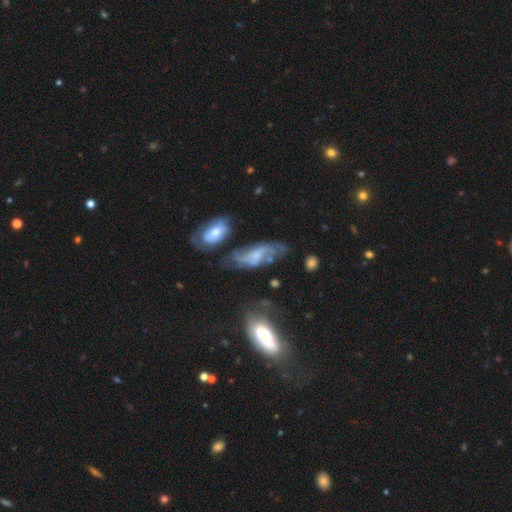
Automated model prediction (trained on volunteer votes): smooth-or-featured: featured or disk: 67% | smooth: 23% | star or artifact: 10%
  disk-edge-on: no: 89% | yes: 11%
    bar: no: 45% | weak: 41% | strong: 13%
    has-spiral-arms: yes: 81% | no: 19%
    bulge-size: small: 45% | none: 27% | moderate: 23% | large: 4% | dominant: 1%
  merging: none: 48% | minor disturbance: 22% | major disturbance: 17% | merger: 13%